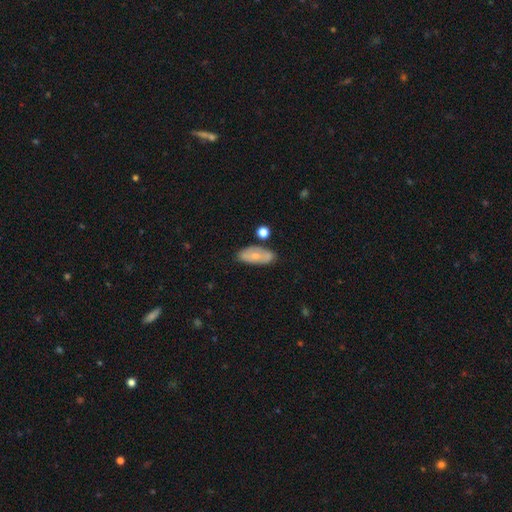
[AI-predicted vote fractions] smooth 56%, featured or disk 37%, star or artifact 7%. Down the decision tree: how rounded — in between (85%); merging — none (74%).